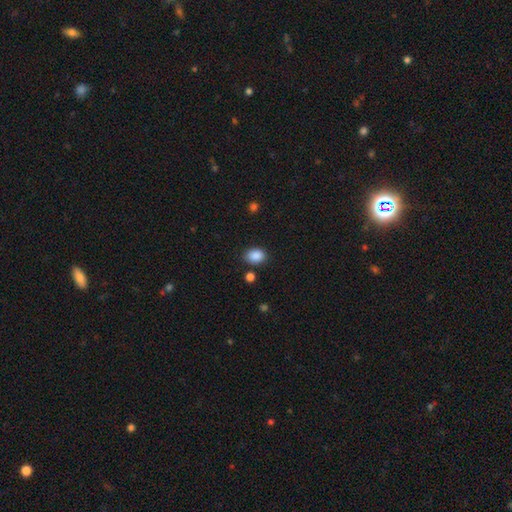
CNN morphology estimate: This is clearly a smooth galaxy (88%). How rounded: likely in between (64%). Merging: likely none (80%).